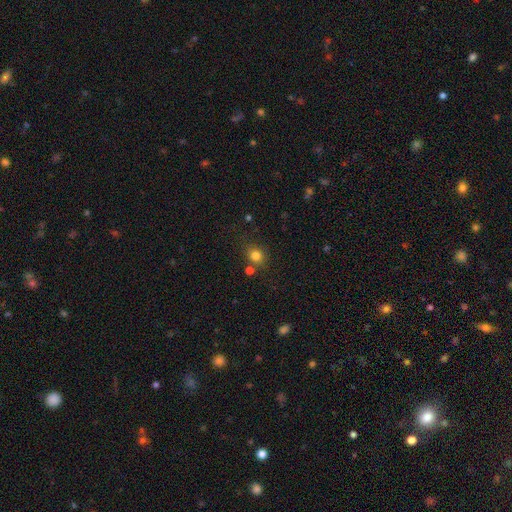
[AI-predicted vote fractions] Smooth or featured: smooth — 80% (star or artifact — 13%)
How rounded: round — 76% (in between — 23%)
Merging: none — 72% (merger — 12%)